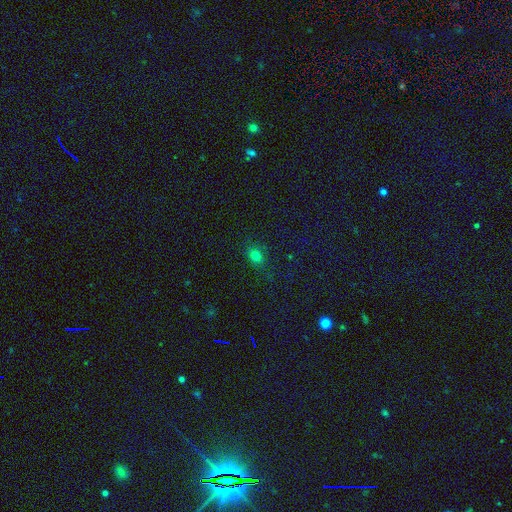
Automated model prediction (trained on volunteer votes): smooth-or-featured: smooth: 75% | star or artifact: 18% | featured or disk: 6%
  how-rounded: in between: 55% | round: 43% | cigar-shaped: 2%
  merging: none: 81% | minor disturbance: 13% | major disturbance: 4% | merger: 2%